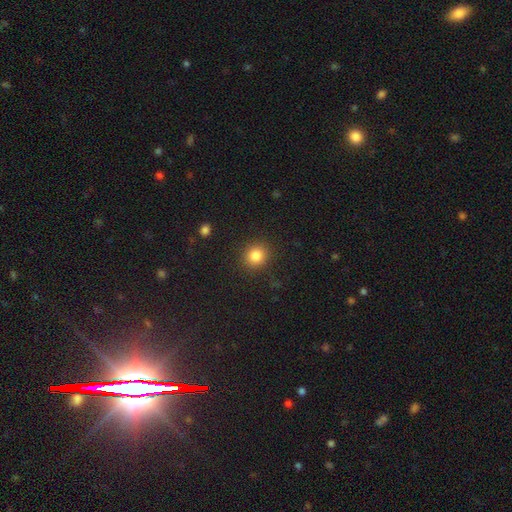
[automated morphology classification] type=smooth (84%); roundness=round (85%); merging=none (89%).